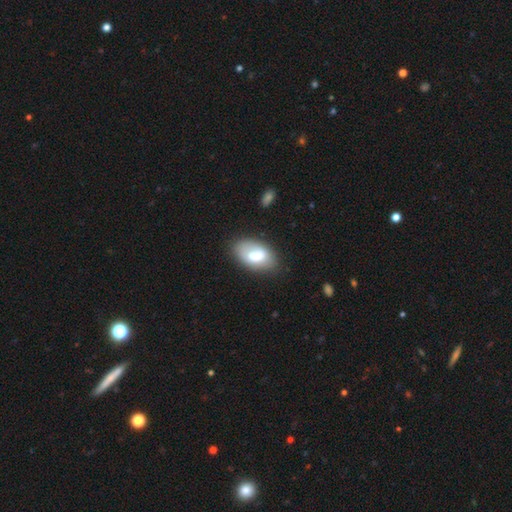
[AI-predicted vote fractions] Q: Smooth or featured?
A: smooth (66%); runner-up: featured or disk (27%)
Q: How rounded?
A: in between (93%); runner-up: round (6%)
Q: Merging?
A: none (69%); runner-up: minor disturbance (21%)